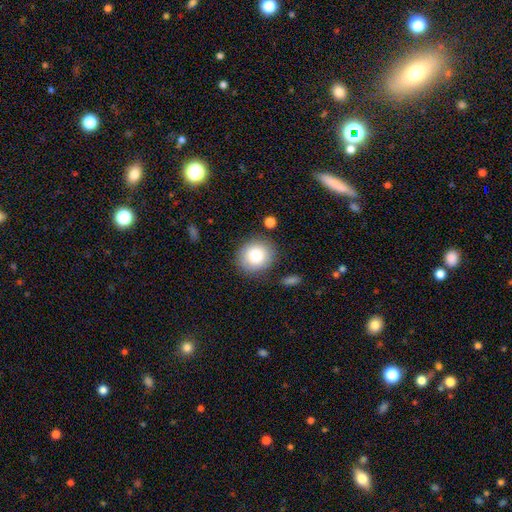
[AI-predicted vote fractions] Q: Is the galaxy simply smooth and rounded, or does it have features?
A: smooth — 84%.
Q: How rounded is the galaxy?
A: round — 80%.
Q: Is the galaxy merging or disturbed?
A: none — 83%.